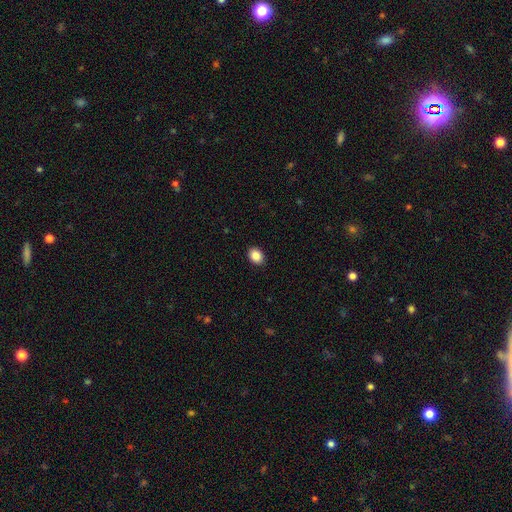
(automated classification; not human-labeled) Smooth or featured: smooth — 88% (star or artifact — 8%)
How rounded: in between — 64% (round — 35%)
Merging: none — 90% (minor disturbance — 7%)